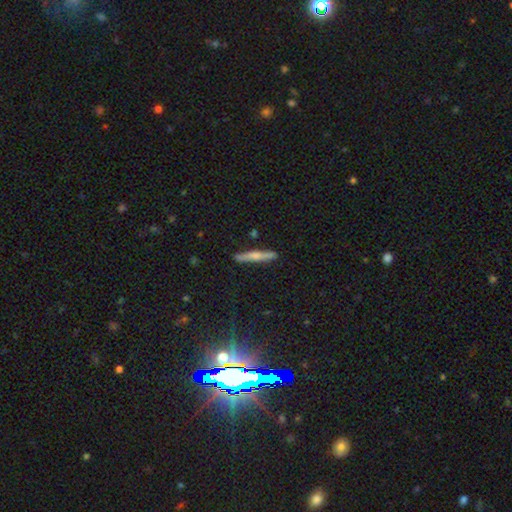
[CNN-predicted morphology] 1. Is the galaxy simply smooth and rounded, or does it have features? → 54% smooth, 40% featured or disk, 6% star or artifact.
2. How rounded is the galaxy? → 94% cigar-shaped, 5% in between, 2% round.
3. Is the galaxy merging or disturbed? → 88% none, 9% minor disturbance, 2% merger, 2% major disturbance.